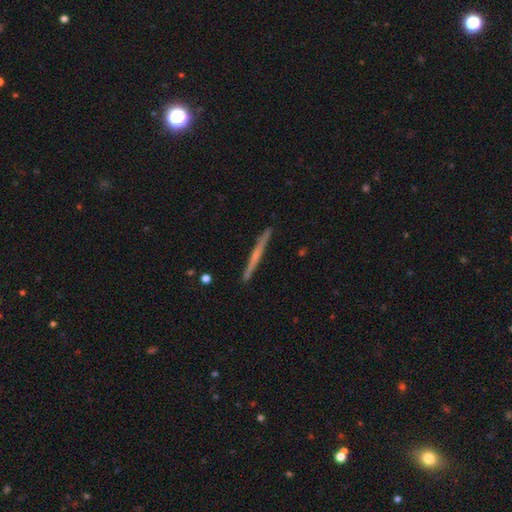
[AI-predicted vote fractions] featured or disk 60%, smooth 35%, star or artifact 6%. Down the decision tree: edge-on disk — yes (98%); edge-on bulge — none (64%); merging — none (92%).